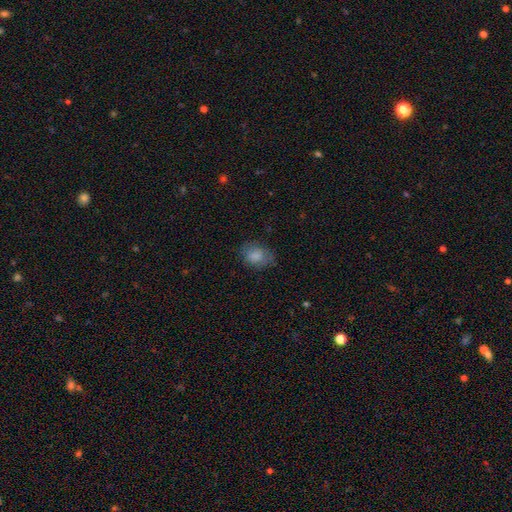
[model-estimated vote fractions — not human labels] A smooth galaxy with no disk features (82%) that is in between round and cigar-shaped (63%).

Vote fractions:
- Smooth or featured? smooth: 82% / featured or disk: 9% / star or artifact: 8%
- How rounded? in between: 63% / round: 36% / cigar-shaped: 1%
- Merging? none: 72% / minor disturbance: 20% / major disturbance: 7% / merger: 1%